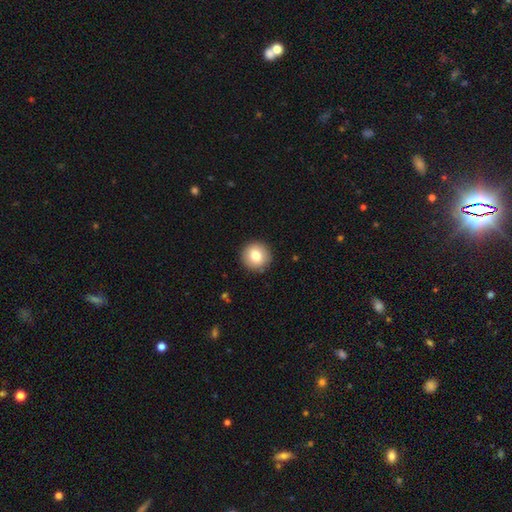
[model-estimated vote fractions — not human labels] This appears to be a smooth galaxy with no disk features (81%) that is round (94%). Merging: none (91%).